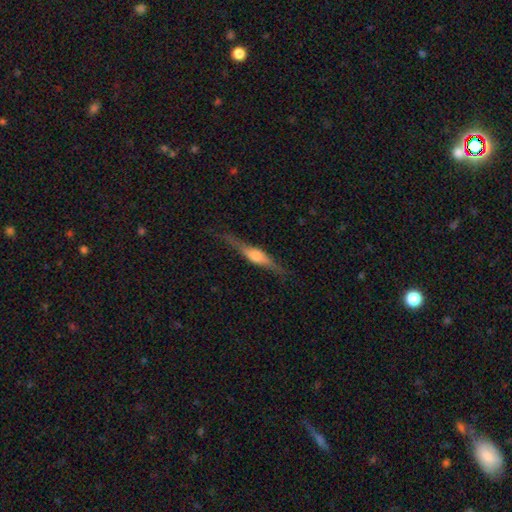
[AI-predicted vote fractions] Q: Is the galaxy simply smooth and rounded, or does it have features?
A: featured or disk — 67%.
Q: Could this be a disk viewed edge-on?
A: yes — 96%.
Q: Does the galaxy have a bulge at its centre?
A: rounded — 82%.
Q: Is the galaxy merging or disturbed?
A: none — 81%.